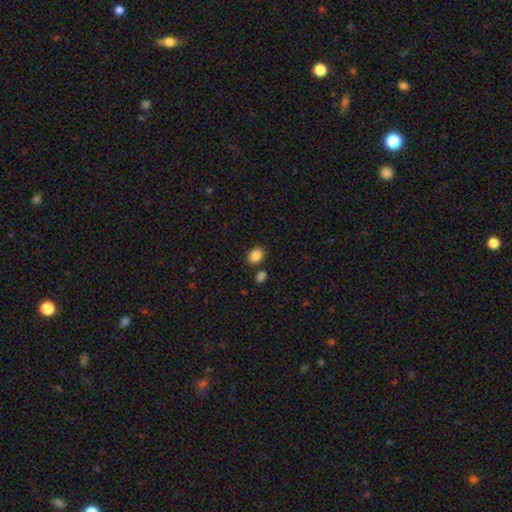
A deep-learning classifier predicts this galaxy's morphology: Smooth or featured: smooth — 87% (star or artifact — 9%)
How rounded: in between — 57% (round — 42%)
Merging: none — 79% (minor disturbance — 9%)